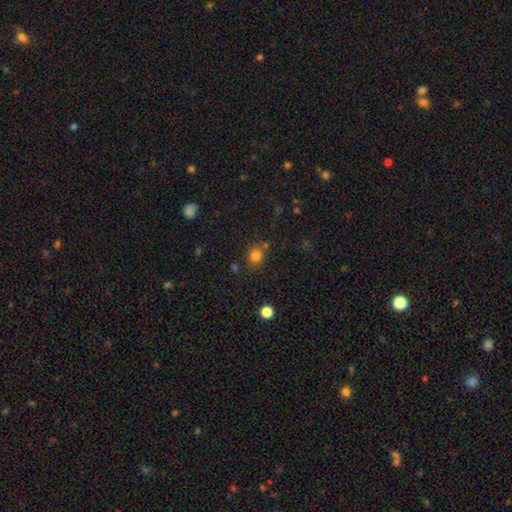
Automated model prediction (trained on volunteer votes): This is clearly a smooth galaxy (80%). How rounded: likely round (67%). Merging: likely none (72%).